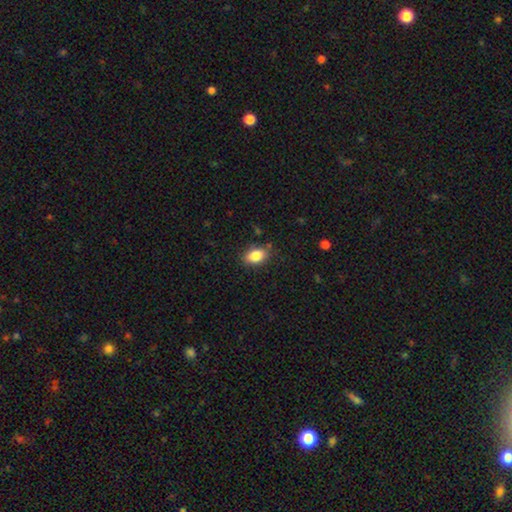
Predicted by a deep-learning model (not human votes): smooth_or_featured: smooth (p=0.85) [alt: star or artifact p=0.08]
how_rounded: in between (p=0.88) [alt: round p=0.10]
merging: none (p=0.83) [alt: minor disturbance p=0.13]